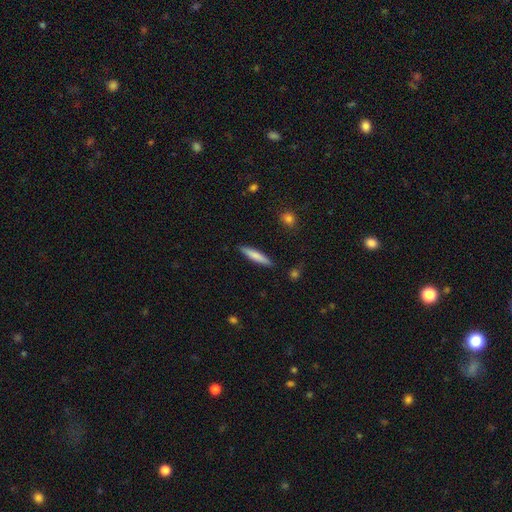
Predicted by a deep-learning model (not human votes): smooth-or-featured: smooth: 75% | featured or disk: 19% | star or artifact: 6%
  how-rounded: cigar-shaped: 90% | in between: 8% | round: 1%
  merging: none: 90% | minor disturbance: 7% | major disturbance: 2% | merger: 1%